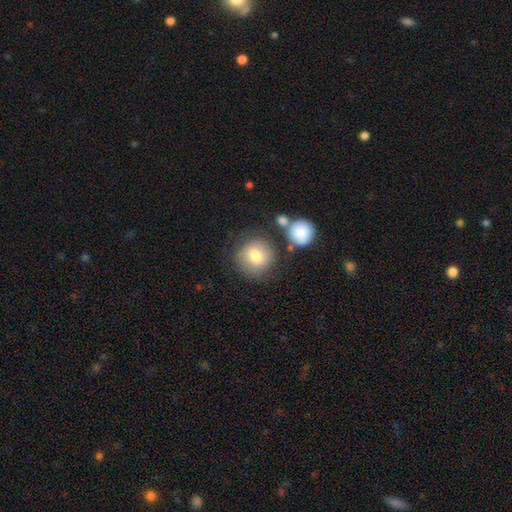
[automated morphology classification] Q: Smooth or featured?
A: smooth (80%); runner-up: featured or disk (12%)
Q: How rounded?
A: round (91%); runner-up: in between (8%)
Q: Merging?
A: none (73%); runner-up: minor disturbance (13%)